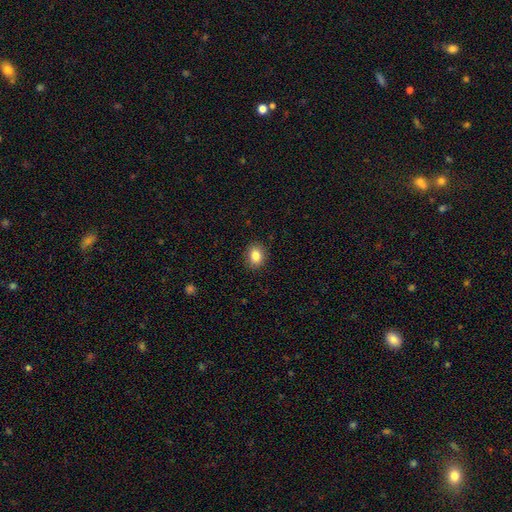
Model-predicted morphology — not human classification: A smooth galaxy with no disk features (85%) that is round (55%).

Vote fractions:
- Smooth or featured? smooth: 85% / star or artifact: 9% / featured or disk: 6%
- How rounded? round: 55% / in between: 44% / cigar-shaped: 1%
- Merging? none: 89% / minor disturbance: 8% / major disturbance: 2% / merger: 1%